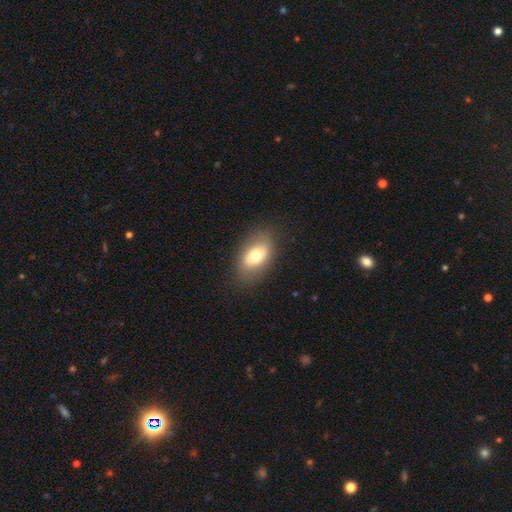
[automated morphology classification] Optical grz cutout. It shows a smooth galaxy with no disk features (69%) that is in between round and cigar-shaped (89%). Merging: none (82%).